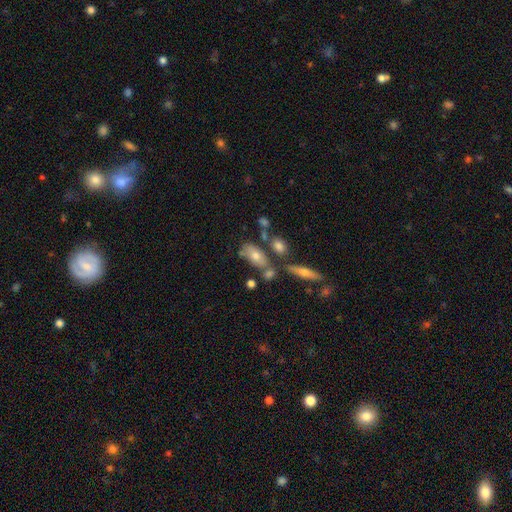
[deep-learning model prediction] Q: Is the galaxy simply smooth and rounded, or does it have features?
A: smooth — 58%.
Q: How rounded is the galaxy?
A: in between — 82%.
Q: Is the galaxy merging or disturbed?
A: none — 53%.